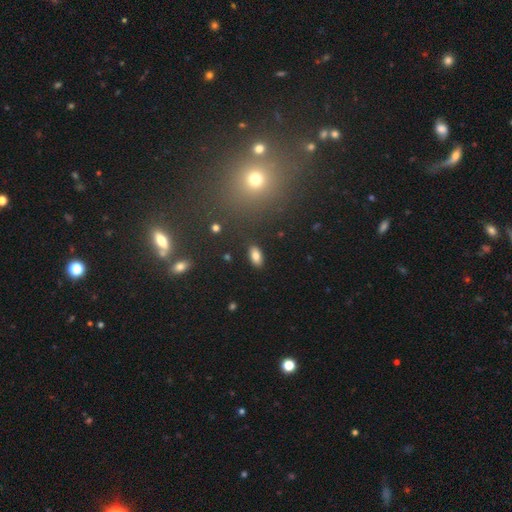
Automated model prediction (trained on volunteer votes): This is clearly a smooth galaxy (81%). How rounded: clearly in between (92%). Merging: clearly none (88%).